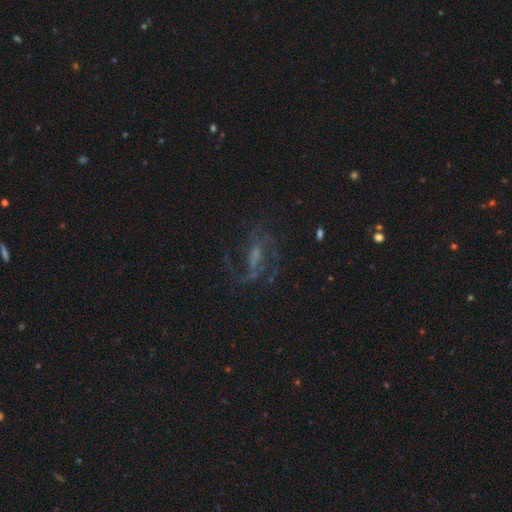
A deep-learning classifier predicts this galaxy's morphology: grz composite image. It shows a featured or disk galaxy (76%) with a weak bar (45%), 2 (51%) medium (46%) spiral arms (90%) and a small central bulge (38%). Merging: none (58%).